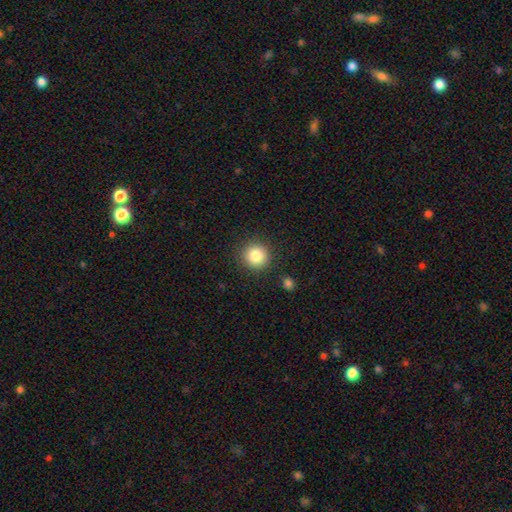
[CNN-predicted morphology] A smooth galaxy with no disk features (84%) that is round (94%).

Vote fractions:
- Smooth or featured? smooth: 84% / star or artifact: 10% / featured or disk: 6%
- How rounded? round: 94% / in between: 5% / cigar-shaped: 1%
- Merging? none: 89% / minor disturbance: 6% / major disturbance: 2% / merger: 2%